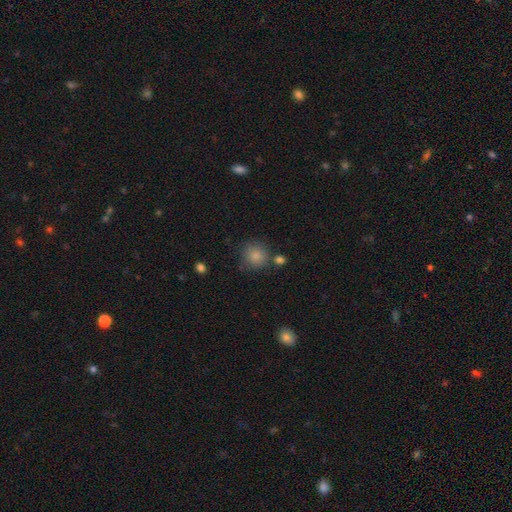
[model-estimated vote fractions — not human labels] A smooth galaxy with no disk features (85%) that is round (89%). Merging: none (76%).